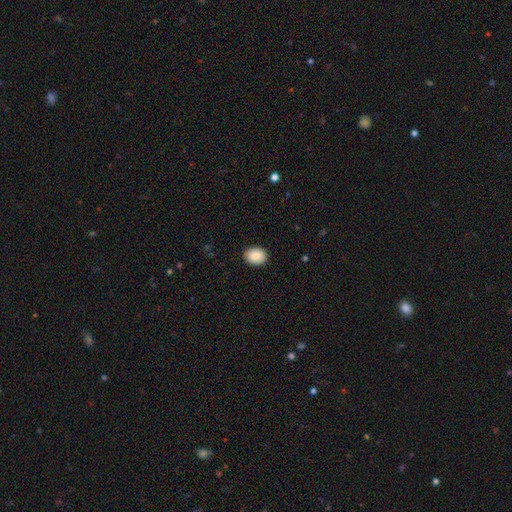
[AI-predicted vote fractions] Smooth or featured?
  - smooth: 88% *
  - star or artifact: 7%
  - featured or disk: 5%
How rounded?
  - in between: 63% *
  - round: 36%
  - cigar-shaped: 1%
Merging?
  - none: 90% *
  - minor disturbance: 8%
  - major disturbance: 2%
  - merger: 1%